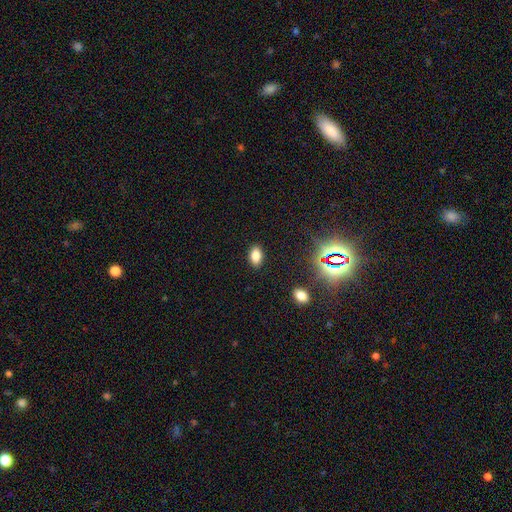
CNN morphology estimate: This appears to be a smooth galaxy with no disk features (81%) that is in between round and cigar-shaped (88%). Merging: none (89%).